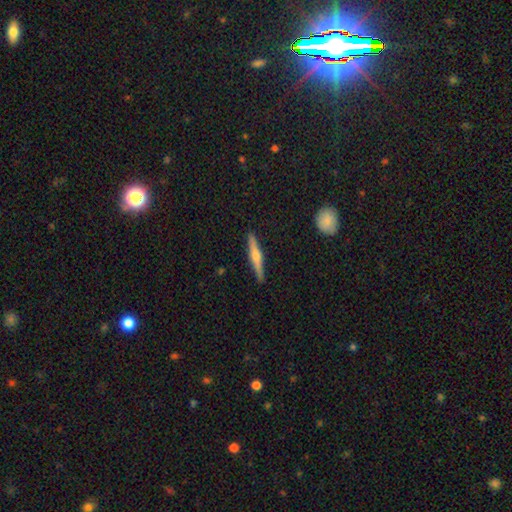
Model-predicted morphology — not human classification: smooth_or_featured: featured or disk (p=0.63) [alt: smooth p=0.31]
disk_edge_on: yes (p=0.98) [alt: no p=0.02]
edge_on_bulge: rounded (p=0.85) [alt: boxy p=0.08]
merging: none (p=0.90) [alt: minor disturbance p=0.07]